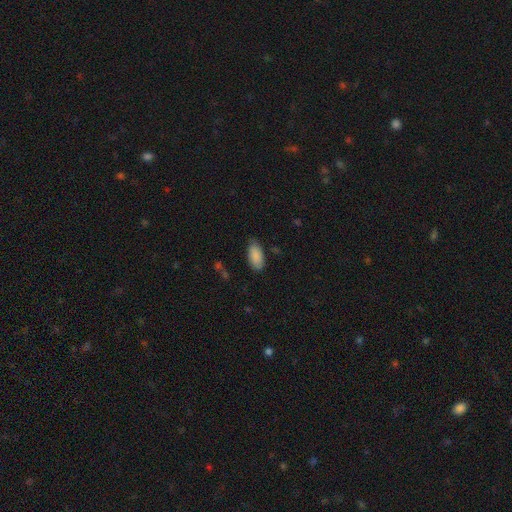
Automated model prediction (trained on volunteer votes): This appears to be a smooth galaxy with no disk features (88%) that is in between round and cigar-shaped (92%). Merging: none (79%).